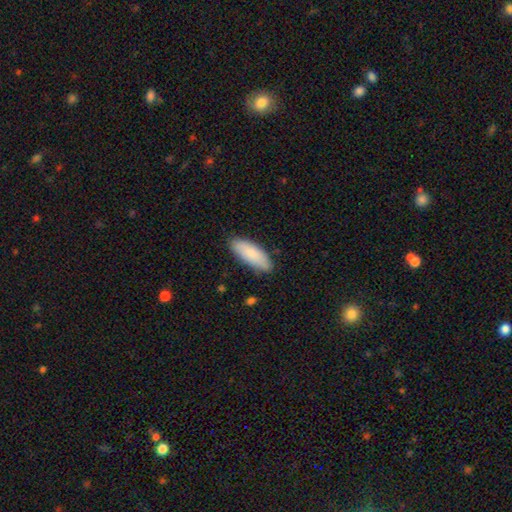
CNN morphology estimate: Smooth or featured: smooth — 85% (featured or disk — 9%)
How rounded: in between — 70% (cigar-shaped — 28%)
Merging: none — 83% (minor disturbance — 13%)